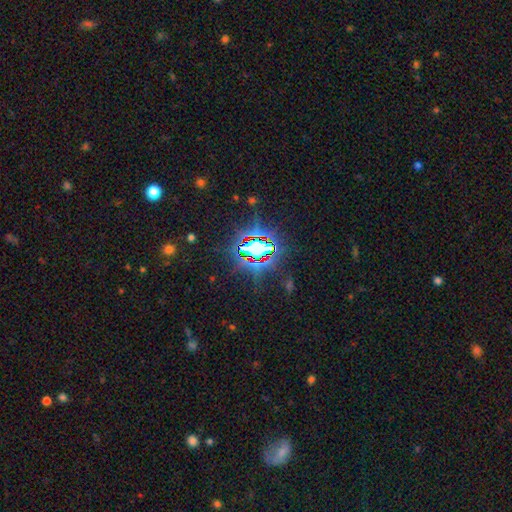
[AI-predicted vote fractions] Morphology: type=star or artifact (81%).